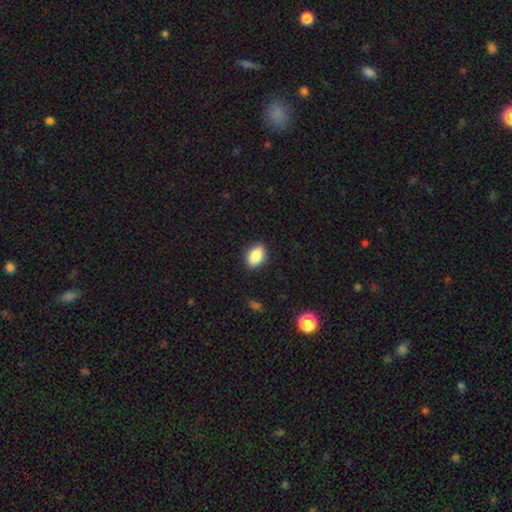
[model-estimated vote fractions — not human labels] This appears to be a smooth galaxy with no disk features (86%) that is in between round and cigar-shaped (84%). Merging: none (87%).